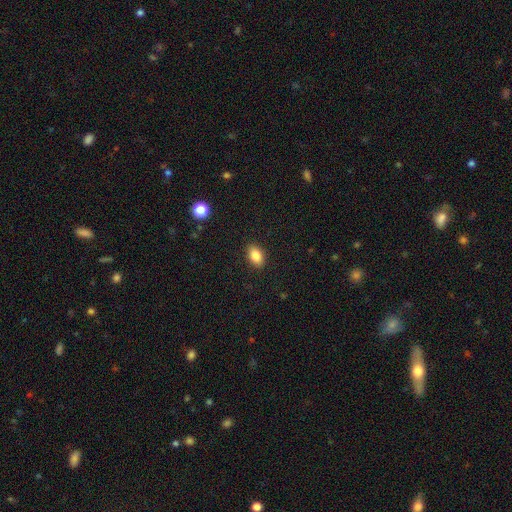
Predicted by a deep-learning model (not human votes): smooth_or_featured: smooth (p=0.85) [alt: star or artifact p=0.09]
how_rounded: in between (p=0.88) [alt: round p=0.10]
merging: none (p=0.89) [alt: minor disturbance p=0.08]